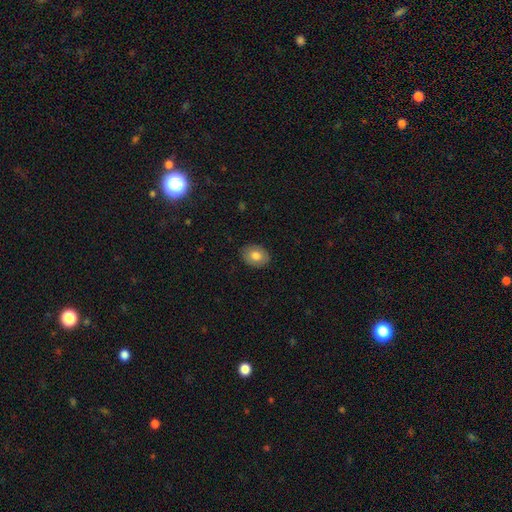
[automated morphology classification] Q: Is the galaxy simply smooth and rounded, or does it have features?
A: smooth — 78%.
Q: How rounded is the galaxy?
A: in between — 61%.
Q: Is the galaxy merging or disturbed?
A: none — 88%.